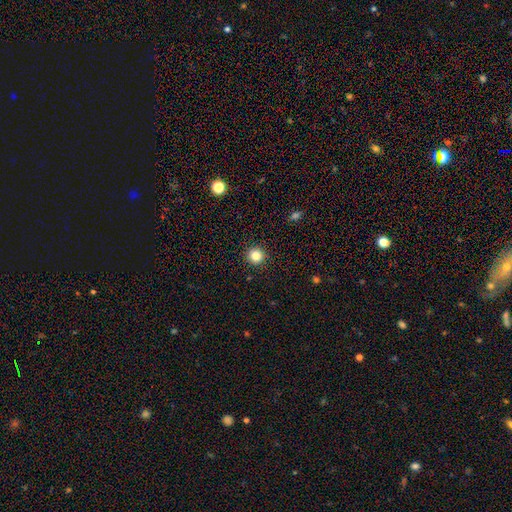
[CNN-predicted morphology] smooth 84%, star or artifact 12%, featured or disk 4%. Down the decision tree: how rounded — round (95%); merging — none (93%).